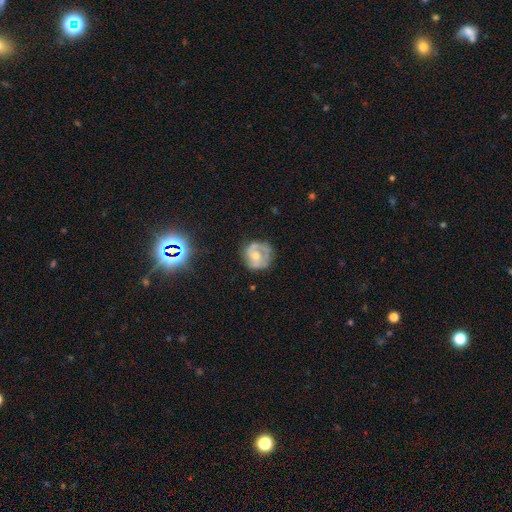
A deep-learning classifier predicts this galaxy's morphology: This is likely a featured or disk galaxy (61%). It is clearly not viewed edge-on (97%). Bar: likely no (66%). Spiral arm pattern: likely yes (69%). Central bulge: possibly moderate (56%). Merging: likely none (63%).